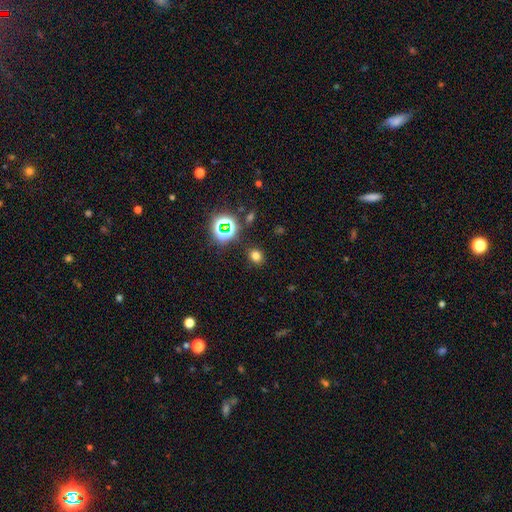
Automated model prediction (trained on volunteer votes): smooth 69%, star or artifact 24%, featured or disk 6%. Down the decision tree: how rounded — round (68%); merging — none (86%).